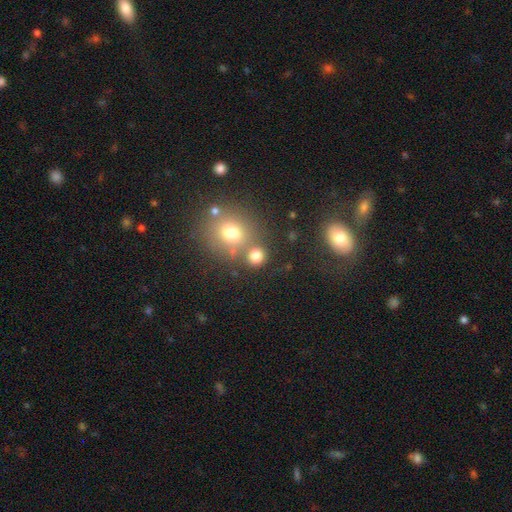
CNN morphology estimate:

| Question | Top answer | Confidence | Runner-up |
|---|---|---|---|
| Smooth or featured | smooth | 76% | star or artifact (15%) |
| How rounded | round | 85% | in between (14%) |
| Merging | none | 65% | merger (21%) |